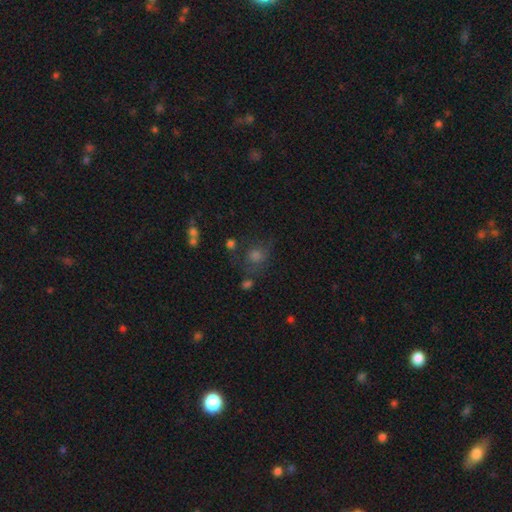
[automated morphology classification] Smooth or featured?
  - smooth: 48% *
  - star or artifact: 31%
  - featured or disk: 21%
Merging?
  - none: 63% *
  - minor disturbance: 17%
  - major disturbance: 13%
  - merger: 8%